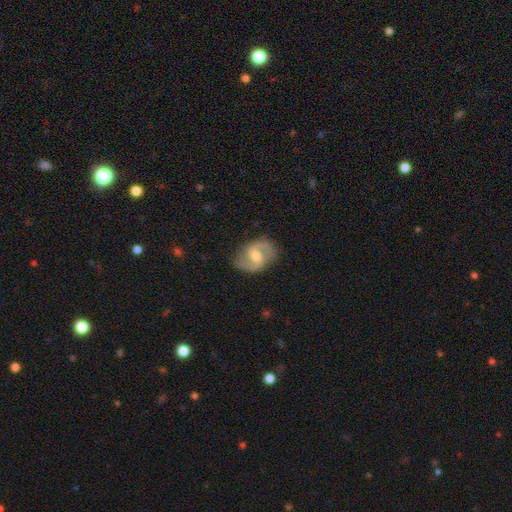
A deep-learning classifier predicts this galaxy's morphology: The model was most divided on "spiral winding": medium: 56%, loose: 26%, tight: 18%. More confident: edge-on disk — no (97%); spiral arms — yes (94%); spiral arm count — 2 (92%); smooth or featured — featured or disk (83%); merging — none (80%); bulge size — moderate (63%); bar — weak (56%).